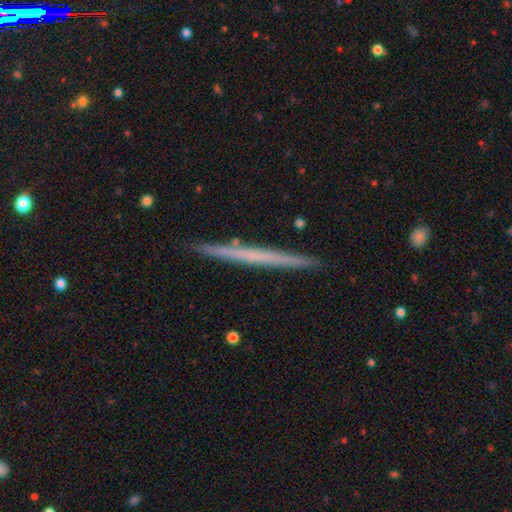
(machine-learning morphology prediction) A featured or disk galaxy (53%) viewed edge-on (98%) with no central bulge (91%).

Vote fractions:
- Smooth or featured? featured or disk: 53% / smooth: 41% / star or artifact: 5%
- Edge-on disk? yes: 98% / no: 2%
- Edge-on bulge? none: 91% / rounded: 6% / boxy: 3%
- Merging? none: 90% / minor disturbance: 7% / merger: 2% / major disturbance: 1%